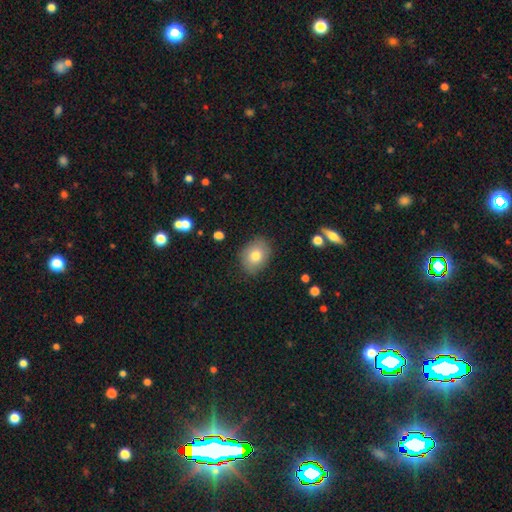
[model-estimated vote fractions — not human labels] Morphology: type=smooth (77%); roundness=in between (62%); merging=none (83%).